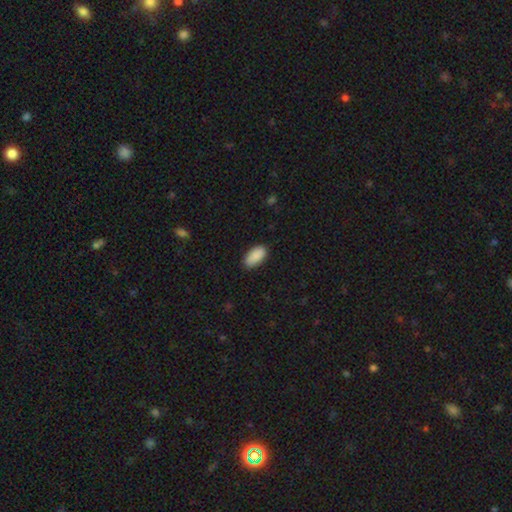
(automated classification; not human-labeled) The model was most divided on "merging": none: 87%, minor disturbance: 10%, major disturbance: 2%, merger: 1%. More confident: how rounded — in between (94%); smooth or featured — smooth (90%).